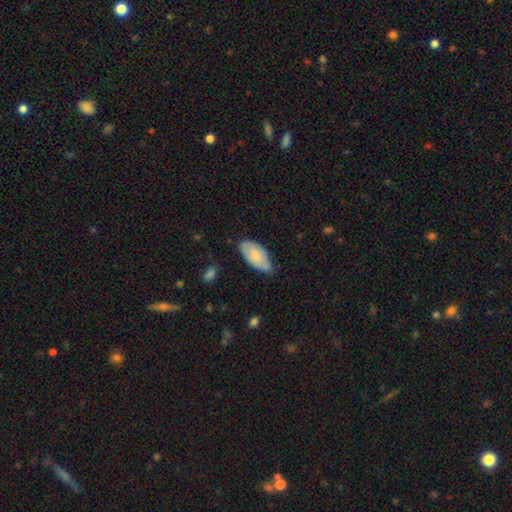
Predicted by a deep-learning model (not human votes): Smooth or featured?
  - smooth: 72% *
  - featured or disk: 22%
  - star or artifact: 6%
How rounded?
  - in between: 93% *
  - cigar-shaped: 4%
  - round: 2%
Merging?
  - none: 58% *
  - minor disturbance: 35%
  - major disturbance: 5%
  - merger: 2%